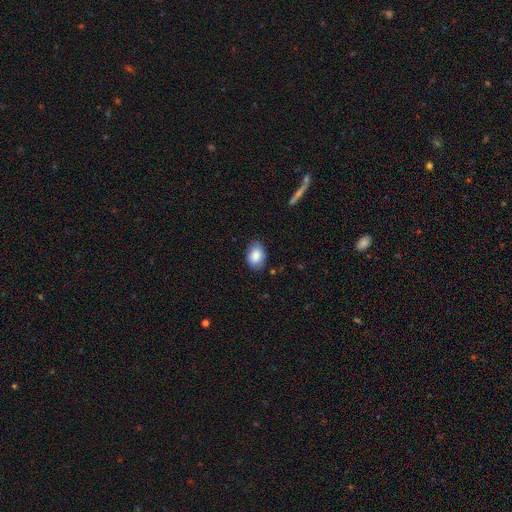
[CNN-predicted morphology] Smooth or featured: smooth — 86% (featured or disk — 7%)
How rounded: in between — 83% (round — 16%)
Merging: none — 78% (minor disturbance — 17%)